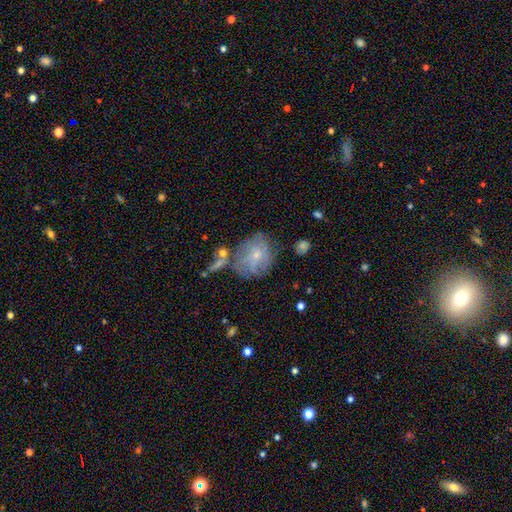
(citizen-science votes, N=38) smooth-or-featured: featured or disk: 55% | smooth: 42% | star or artifact: 3%
  disk-edge-on: no: 95% | yes: 5%
    bar: no: 70% | weak: 20% | strong: 10%
    has-spiral-arms: yes: 55% | no: 45%
      spiral-winding: tight: 36% (tied) | loose: 36% (tied) | medium: 27%
      spiral-arm-count: can't tell: 64% | more than 4: 18% | 3: 9% | 4: 9% | 1: 0% | 2: 0%
    bulge-size: small: 80% | moderate: 15% | none: 5% | dominant: 0% | large: 0%
  merging: none: 32% | major disturbance: 30% | minor disturbance: 19% | merger: 19%